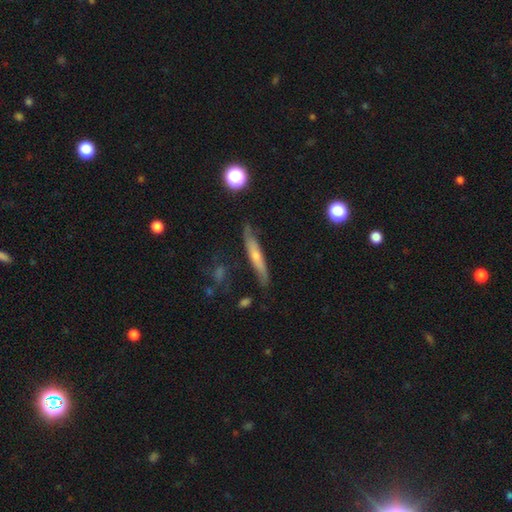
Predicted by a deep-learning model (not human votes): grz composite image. It shows a featured or disk galaxy (50%). Merging: none (75%).